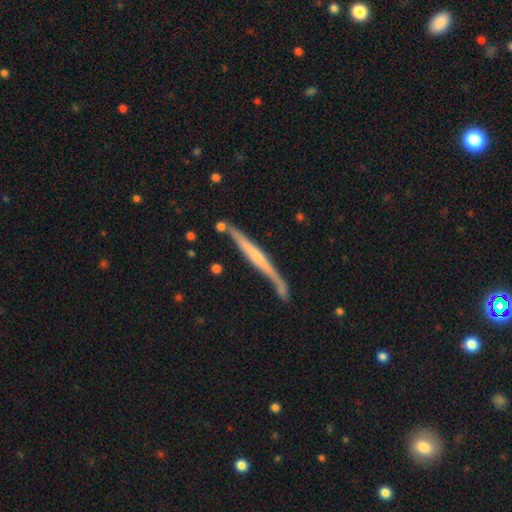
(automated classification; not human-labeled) The model was most divided on "edge-on bulge": none: 50%, rounded: 34%, boxy: 16%. More confident: edge-on disk — yes (95%); merging — none (67%); smooth or featured — featured or disk (64%).